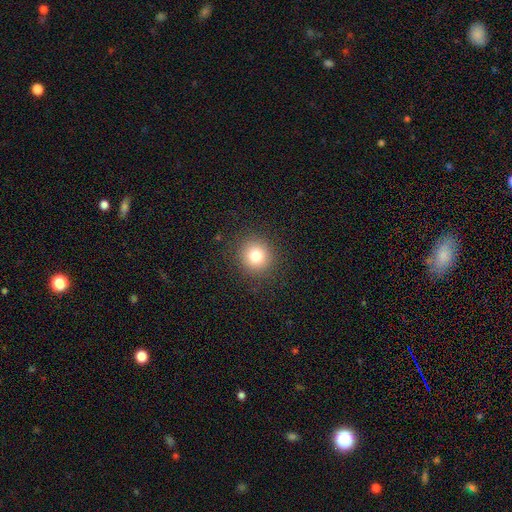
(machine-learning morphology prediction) Smooth or featured: smooth — 79% (star or artifact — 13%)
How rounded: round — 92% (in between — 7%)
Merging: none — 90% (minor disturbance — 7%)